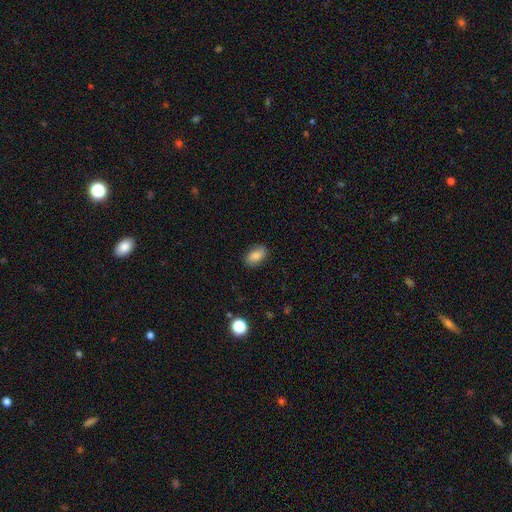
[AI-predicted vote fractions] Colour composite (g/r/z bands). It shows a smooth galaxy with no disk features (78%) that is in between round and cigar-shaped (91%). Merging: none (85%).